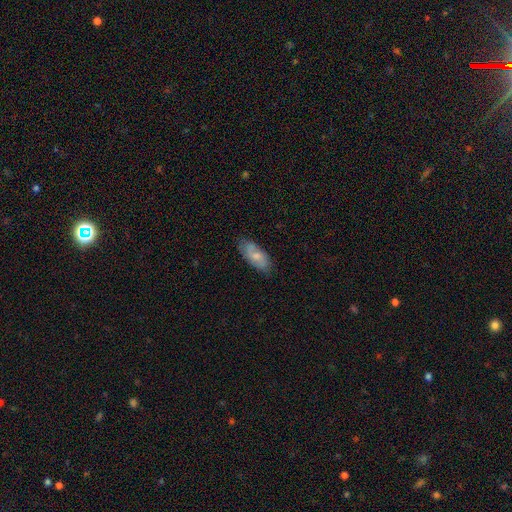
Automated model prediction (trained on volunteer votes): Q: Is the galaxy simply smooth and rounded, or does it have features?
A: smooth — 61%.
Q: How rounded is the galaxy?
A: in between — 84%.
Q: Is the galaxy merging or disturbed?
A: none — 77%.